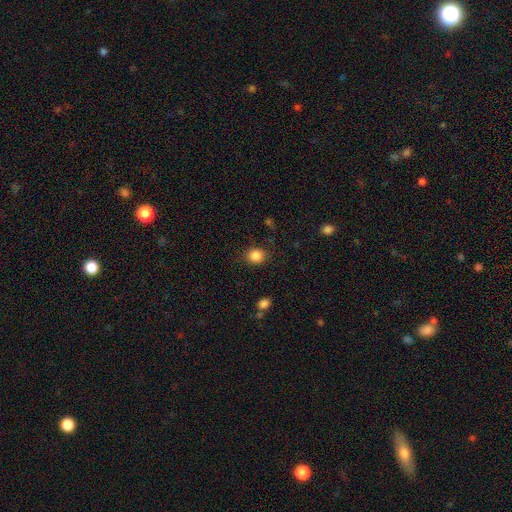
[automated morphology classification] The model was most divided on "how rounded": round: 70%, in between: 29%, cigar-shaped: 1%. More confident: smooth or featured — smooth (86%); merging — none (85%).